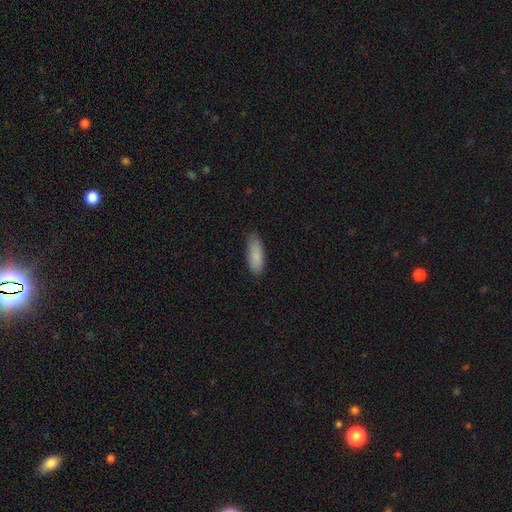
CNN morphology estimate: Smooth or featured?
  - smooth: 87% *
  - featured or disk: 6%
  - star or artifact: 6%
How rounded?
  - in between: 64% *
  - cigar-shaped: 34%
  - round: 2%
Merging?
  - none: 82% *
  - minor disturbance: 14%
  - major disturbance: 2%
  - merger: 1%